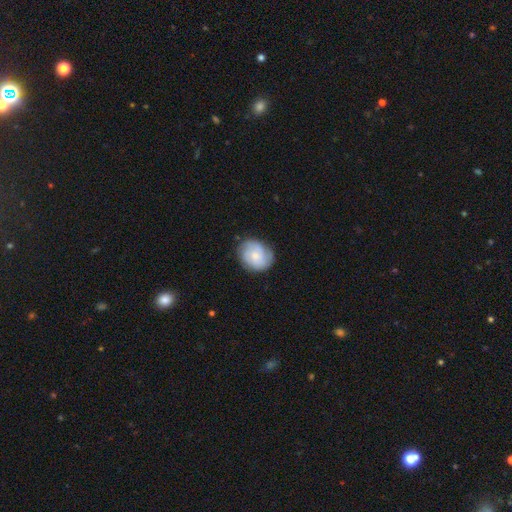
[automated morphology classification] smooth 49%, featured or disk 44%, star or artifact 7%. Down the decision tree: merging — none (76%).